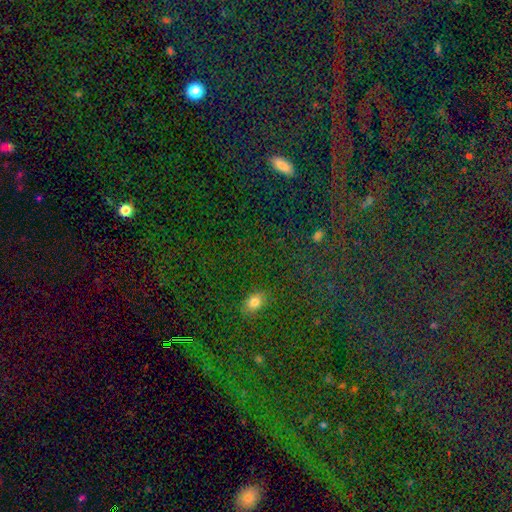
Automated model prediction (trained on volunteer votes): Smooth or featured: star or artifact — 65% (smooth — 24%)